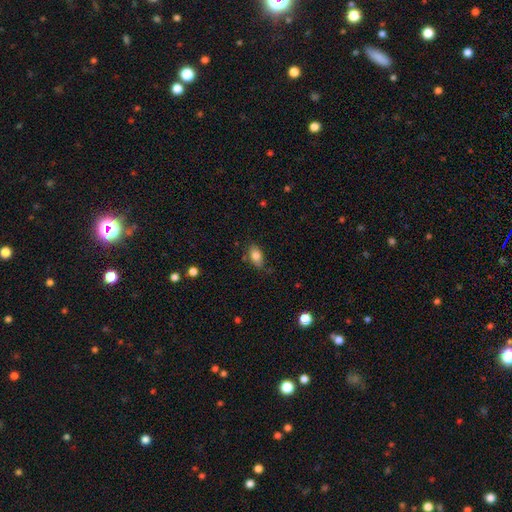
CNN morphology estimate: Smooth or featured?
  - smooth: 82% *
  - featured or disk: 10%
  - star or artifact: 8%
How rounded?
  - in between: 88% *
  - round: 7%
  - cigar-shaped: 4%
Merging?
  - none: 70% *
  - minor disturbance: 23%
  - major disturbance: 5%
  - merger: 3%